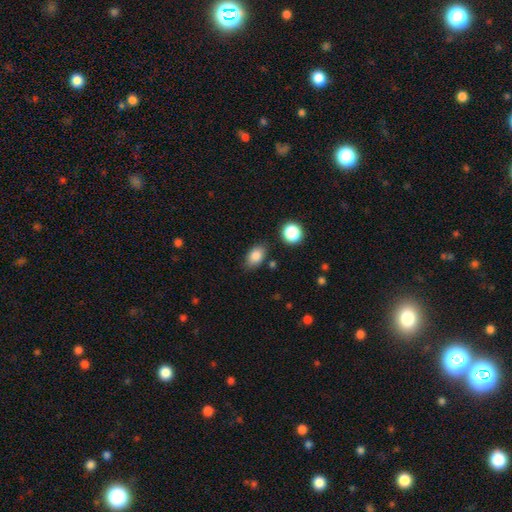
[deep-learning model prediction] The model was most divided on "merging": none: 80%, minor disturbance: 13%, merger: 4%, major disturbance: 3%. More confident: smooth or featured — smooth (84%); how rounded — in between (84%).